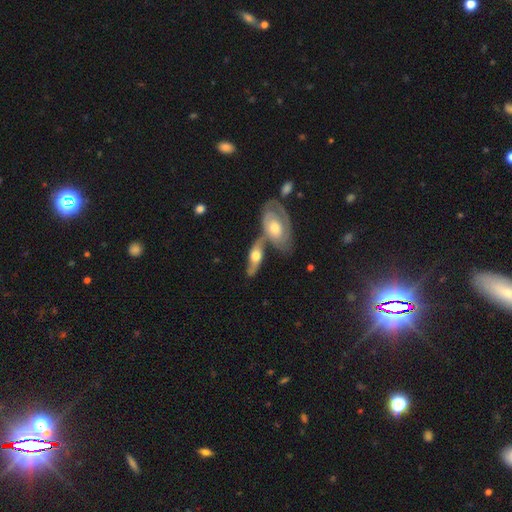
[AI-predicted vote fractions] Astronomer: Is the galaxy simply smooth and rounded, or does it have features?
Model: featured or disk — 64%.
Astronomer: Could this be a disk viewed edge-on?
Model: no — 67%.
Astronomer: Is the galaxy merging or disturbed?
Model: merger — 47% (runner-up: none, 35%).